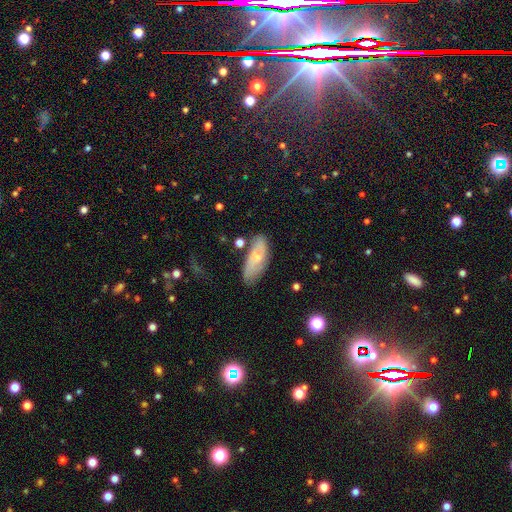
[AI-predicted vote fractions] Smooth or featured? smooth (51%)
How rounded? in between (75%)
Merging? none (71%)